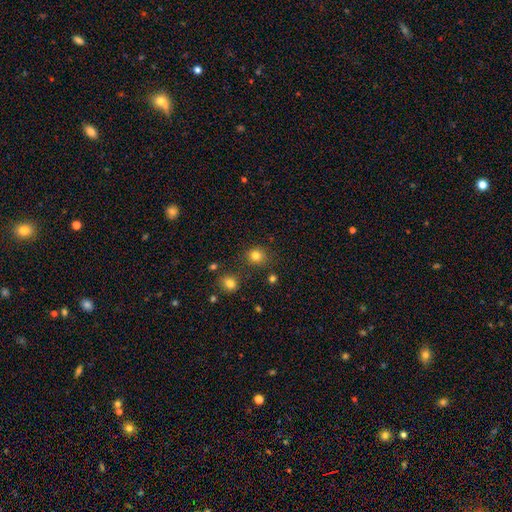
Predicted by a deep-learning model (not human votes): smooth 80%, star or artifact 14%, featured or disk 5%. Down the decision tree: how rounded — round (86%); merging — none (82%).